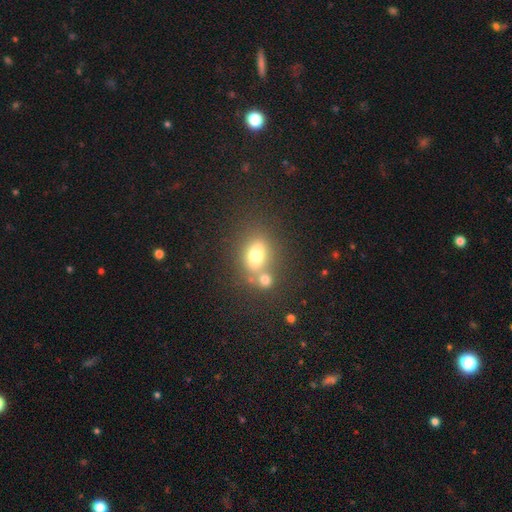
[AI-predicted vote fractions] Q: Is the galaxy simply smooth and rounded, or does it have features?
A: smooth — 70%.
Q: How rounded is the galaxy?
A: in between — 72%.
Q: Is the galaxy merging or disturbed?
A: none — 48%.